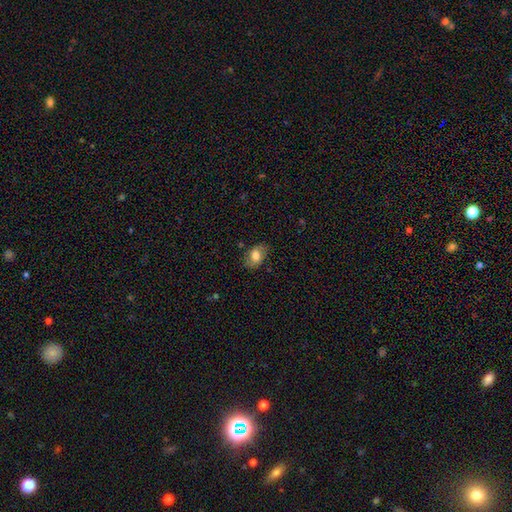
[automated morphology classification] Overall: smooth (72%). How rounded: in between (83%). Merging: none (77%).